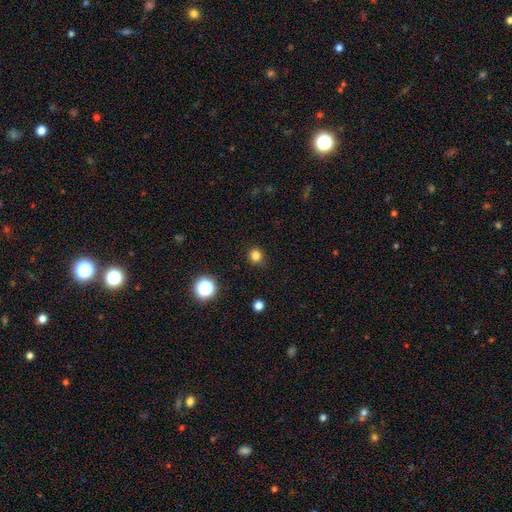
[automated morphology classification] Smooth or featured?
  - smooth: 81% *
  - star or artifact: 15%
  - featured or disk: 4%
How rounded?
  - round: 89% *
  - in between: 10%
  - cigar-shaped: 1%
Merging?
  - none: 88% *
  - minor disturbance: 8%
  - major disturbance: 2%
  - merger: 1%